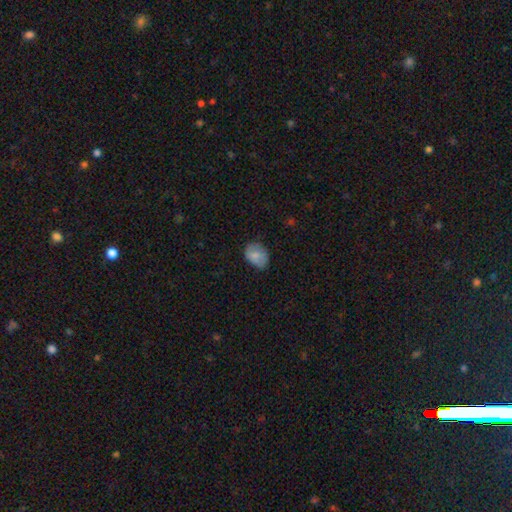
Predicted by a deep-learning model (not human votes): The model was most divided on "how rounded": in between: 68%, round: 31%, cigar-shaped: 1%. More confident: smooth or featured — smooth (79%); merging — none (65%).